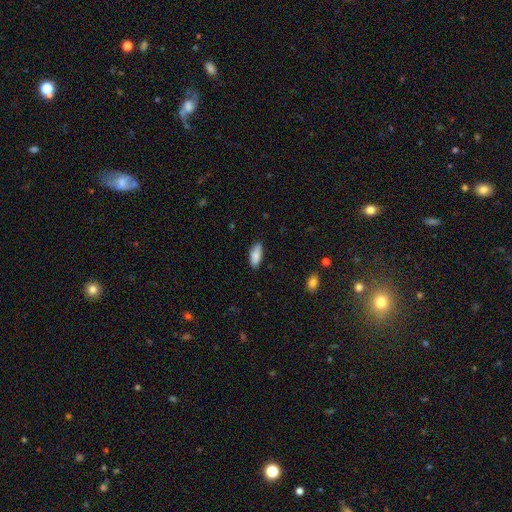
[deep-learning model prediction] Smooth or featured? Predicted: smooth (p=0.85). How rounded? Predicted: in between (p=0.82). Merging? Predicted: none (p=0.84).